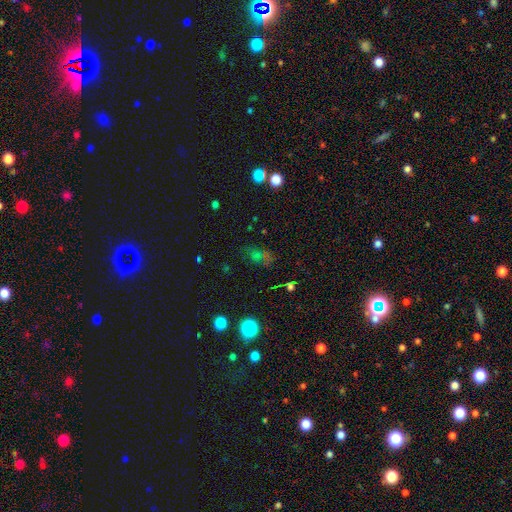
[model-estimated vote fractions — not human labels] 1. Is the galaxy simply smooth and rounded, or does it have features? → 44% smooth, 40% star or artifact, 16% featured or disk.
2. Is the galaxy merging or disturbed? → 60% none, 18% minor disturbance, 13% major disturbance, 10% merger.